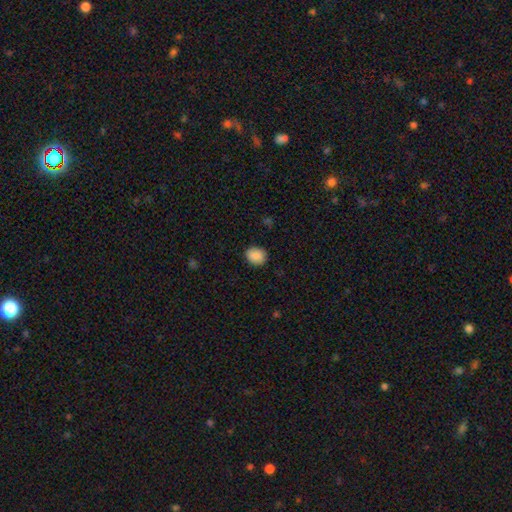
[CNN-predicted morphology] The model was most divided on "how rounded": round: 55%, in between: 44%, cigar-shaped: 1%. More confident: smooth or featured — smooth (88%); merging — none (84%).